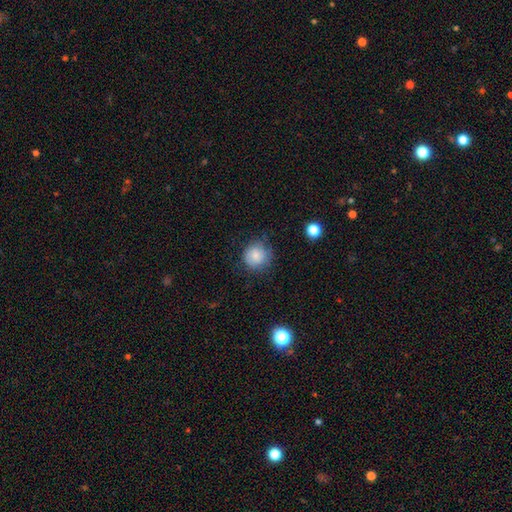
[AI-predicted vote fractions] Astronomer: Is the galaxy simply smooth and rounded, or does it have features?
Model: smooth — 79%.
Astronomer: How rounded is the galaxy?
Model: round — 88%.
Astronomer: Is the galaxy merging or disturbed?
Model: none — 68%.